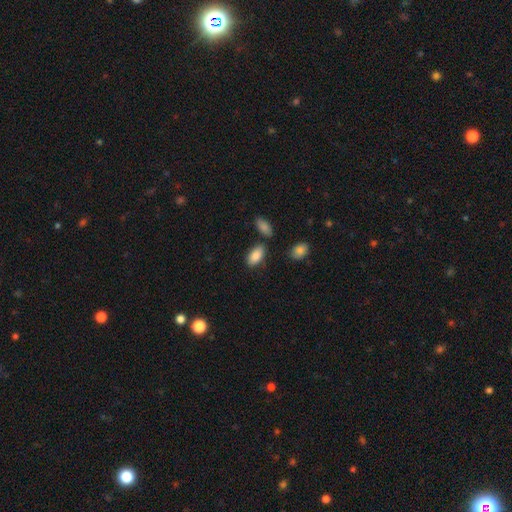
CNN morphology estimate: This appears to be a smooth galaxy with no disk features (87%) that is in between round and cigar-shaped (93%). Merging: none (76%).